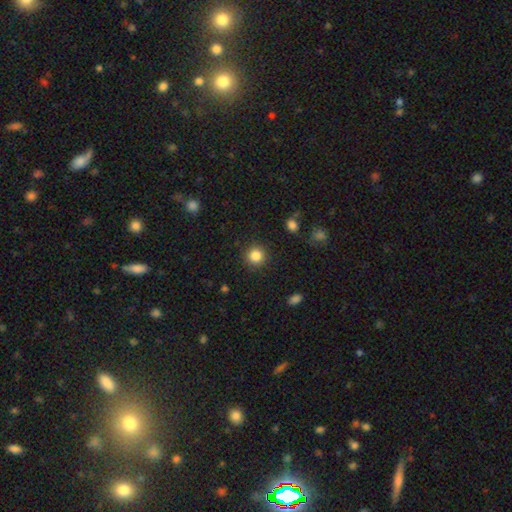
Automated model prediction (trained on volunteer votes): Morphology: type=smooth (85%); roundness=round (94%); merging=none (91%).